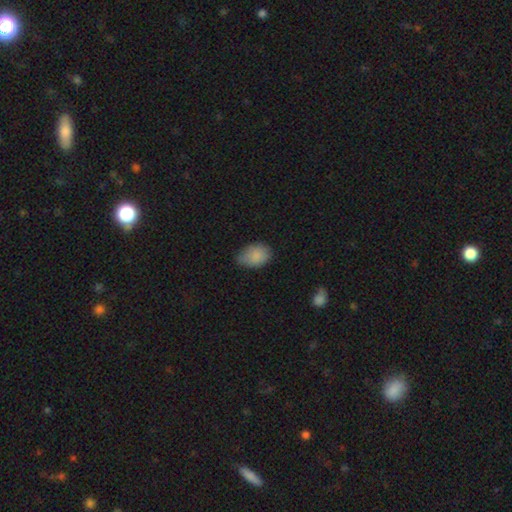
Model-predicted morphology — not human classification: The model was most divided on "merging": none: 56%, minor disturbance: 37%, major disturbance: 6%, merger: 2%. More confident: smooth or featured — smooth (87%); how rounded — in between (82%).